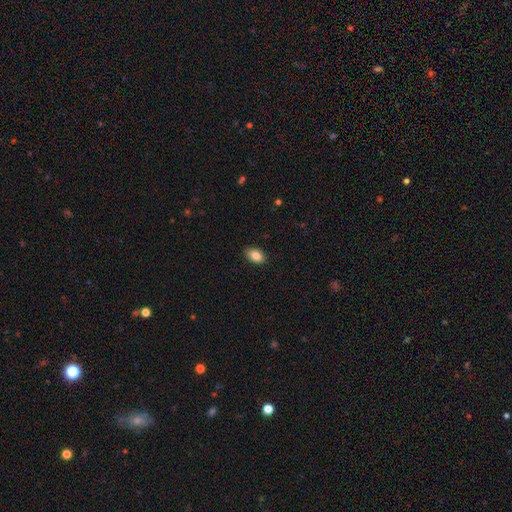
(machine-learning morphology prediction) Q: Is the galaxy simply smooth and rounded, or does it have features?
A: smooth — 86%.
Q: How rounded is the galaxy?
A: in between — 89%.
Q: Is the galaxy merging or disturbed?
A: none — 88%.